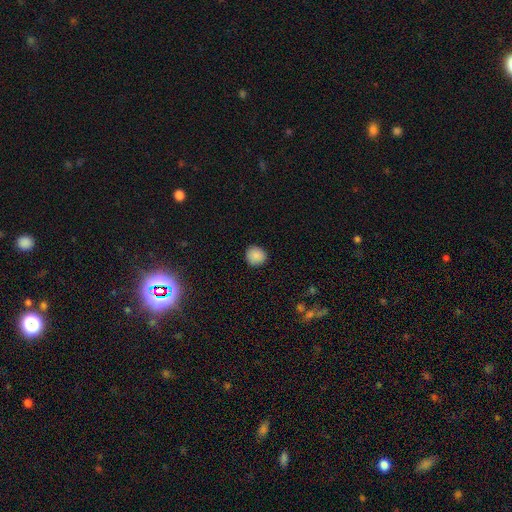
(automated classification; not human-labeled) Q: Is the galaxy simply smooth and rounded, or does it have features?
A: smooth — 88%.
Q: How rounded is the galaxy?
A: round — 91%.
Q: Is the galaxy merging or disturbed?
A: none — 91%.